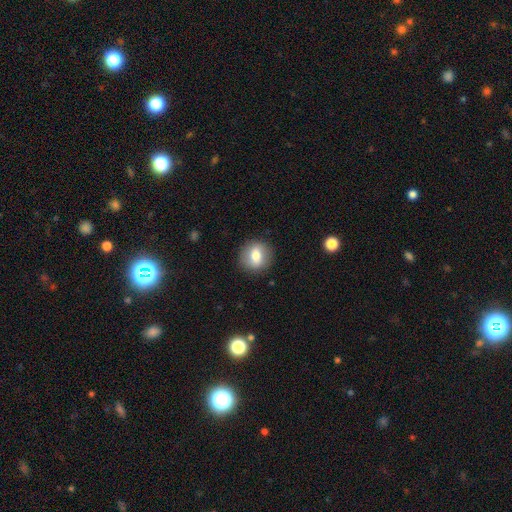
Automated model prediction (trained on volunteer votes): This is likely a smooth galaxy (71%). How rounded: clearly round (81%). Merging: clearly none (88%).